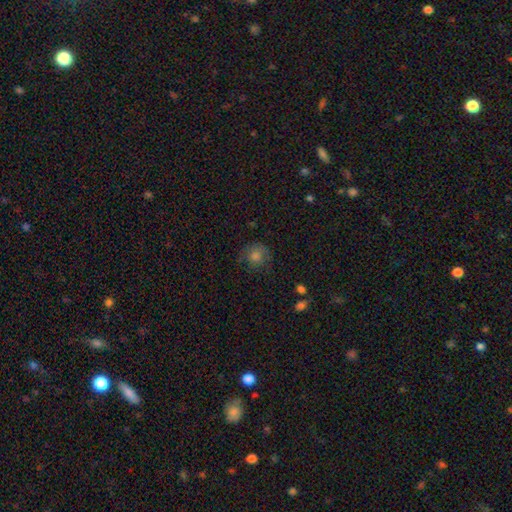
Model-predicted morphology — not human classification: type=smooth (67%); roundness=round (85%); merging=none (68%).